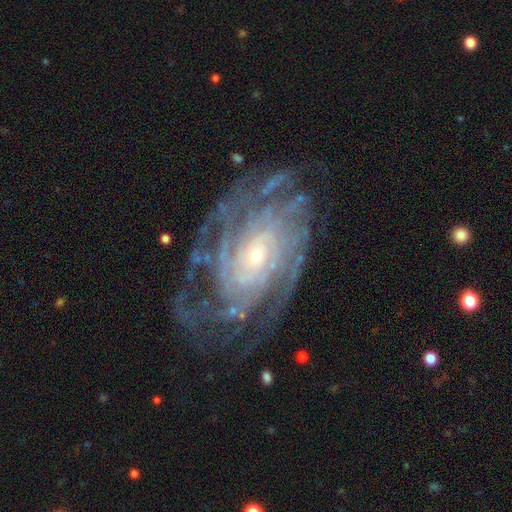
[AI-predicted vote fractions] Overall: featured or disk (90%). Edge-on disk: no (96%). Bar: no (69%). Spiral arms: yes (97%). Spiral arm count: can't tell (29%; more than 4 22%). Spiral winding: tight (74%). Bulge size: small (71%). Merging: none (72%).